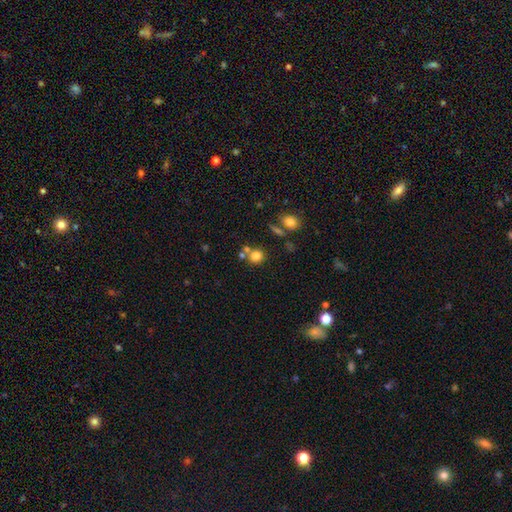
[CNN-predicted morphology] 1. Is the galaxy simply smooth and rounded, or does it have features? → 79% smooth, 13% star or artifact, 8% featured or disk.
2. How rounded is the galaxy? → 85% round, 14% in between, 1% cigar-shaped.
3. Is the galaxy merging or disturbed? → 63% none, 24% merger, 9% minor disturbance, 4% major disturbance.